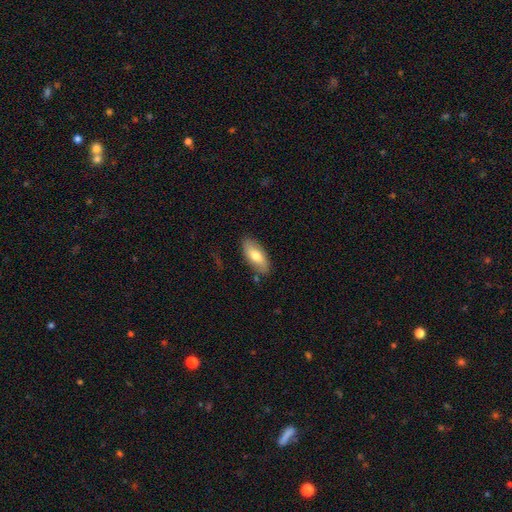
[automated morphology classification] Smooth or featured?
  - smooth: 68% *
  - featured or disk: 26%
  - star or artifact: 6%
How rounded?
  - in between: 86% *
  - cigar-shaped: 11%
  - round: 3%
Merging?
  - none: 81% *
  - minor disturbance: 14%
  - major disturbance: 3%
  - merger: 2%